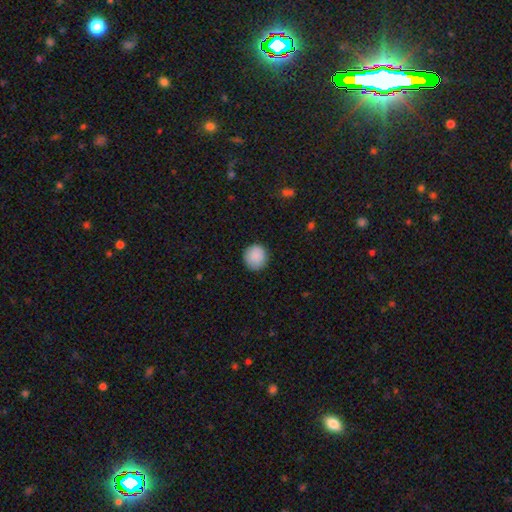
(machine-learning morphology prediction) Smooth or featured?
  - smooth: 89% *
  - star or artifact: 7%
  - featured or disk: 3%
How rounded?
  - round: 92% *
  - in between: 7%
  - cigar-shaped: 1%
Merging?
  - none: 90% *
  - minor disturbance: 8%
  - major disturbance: 2%
  - merger: 1%